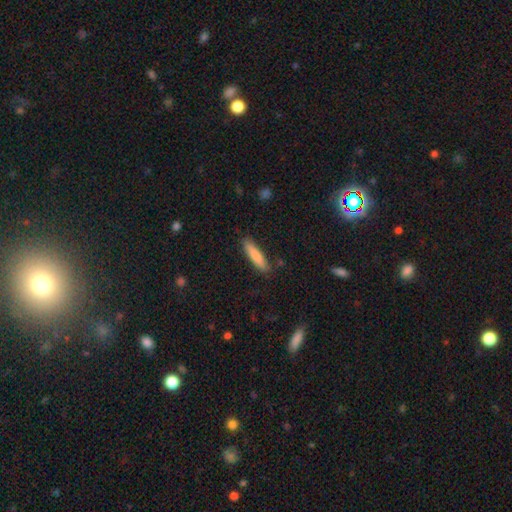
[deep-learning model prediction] This is clearly a smooth galaxy (80%). How rounded: clearly cigar-shaped (81%). Merging: clearly none (85%).